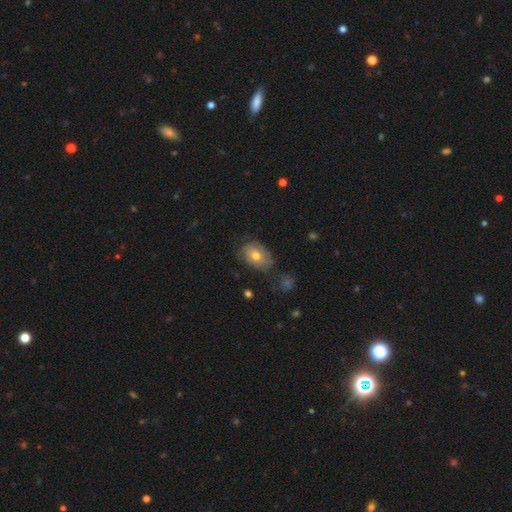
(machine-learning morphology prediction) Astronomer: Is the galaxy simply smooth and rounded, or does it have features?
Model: smooth — 61%.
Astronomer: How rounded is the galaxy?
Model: in between — 77%.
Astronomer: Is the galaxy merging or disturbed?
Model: none — 62%.